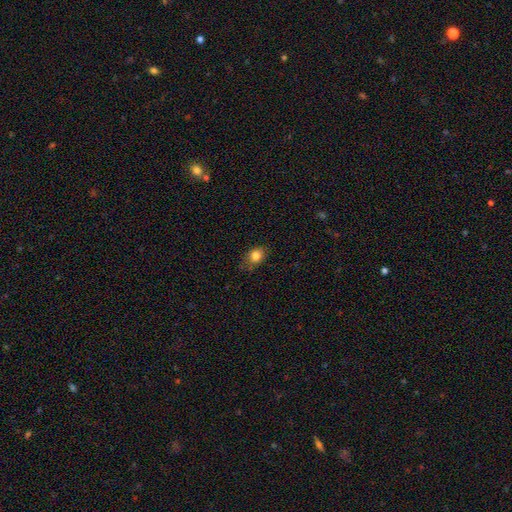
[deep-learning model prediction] Q: Smooth or featured?
A: smooth (82%); runner-up: star or artifact (10%)
Q: How rounded?
A: in between (54%); runner-up: round (44%)
Q: Merging?
A: none (68%); runner-up: minor disturbance (25%)